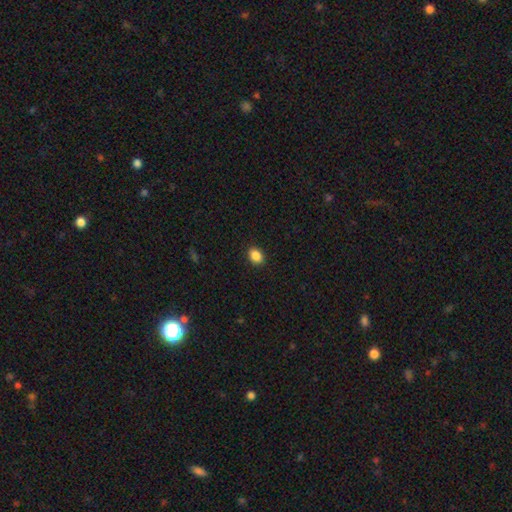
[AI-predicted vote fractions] The model was most divided on "how rounded": in between: 64%, round: 35%, cigar-shaped: 1%. More confident: merging — none (91%); smooth or featured — smooth (88%).